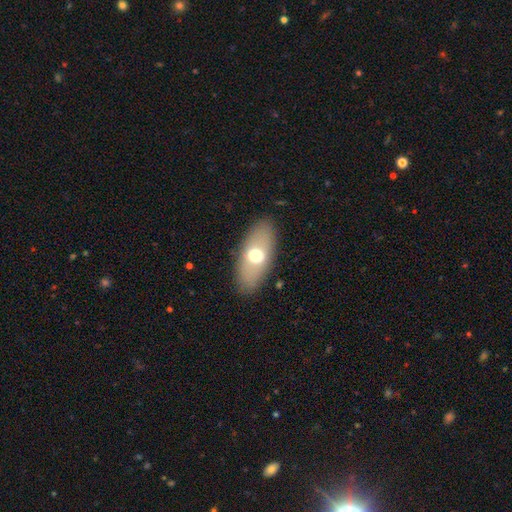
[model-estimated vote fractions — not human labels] Q: Smooth or featured?
A: smooth (62%); runner-up: featured or disk (30%)
Q: How rounded?
A: in between (86%); runner-up: cigar-shaped (10%)
Q: Merging?
A: none (86%); runner-up: minor disturbance (10%)